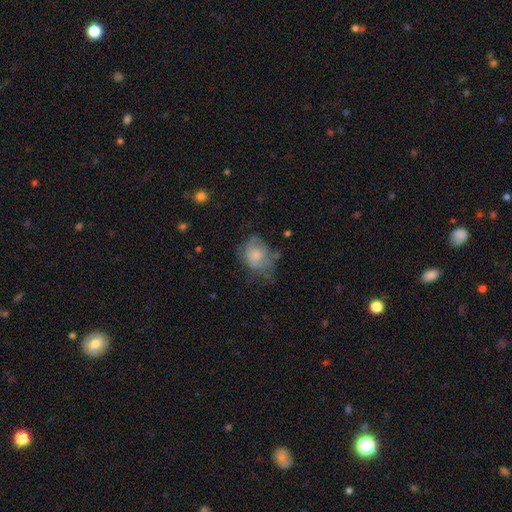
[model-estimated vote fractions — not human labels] Smooth or featured? smooth (55%)
How rounded? in between (52%)
Merging? none (37%)